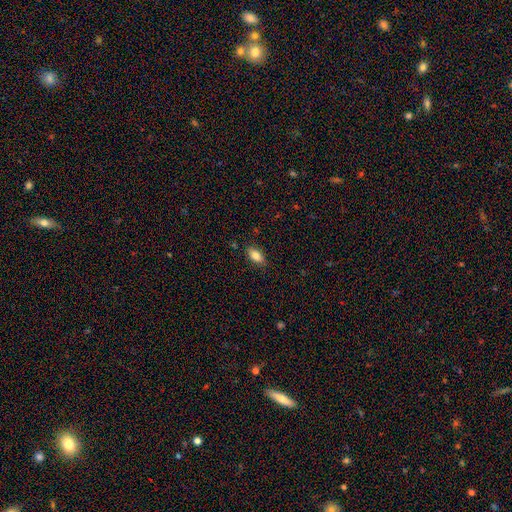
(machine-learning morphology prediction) A smooth galaxy with no disk features (82%) that is in between round and cigar-shaped (90%). Merging: none (85%).